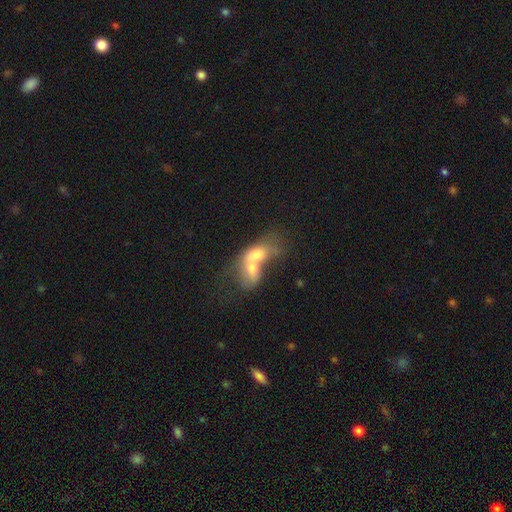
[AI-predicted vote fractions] Smooth or featured?
  - smooth: 54% *
  - featured or disk: 36%
  - star or artifact: 9%
How rounded?
  - in between: 74% *
  - round: 18%
  - cigar-shaped: 8%
Merging?
  - merger: 80% *
  - major disturbance: 8%
  - none: 7%
  - minor disturbance: 4%